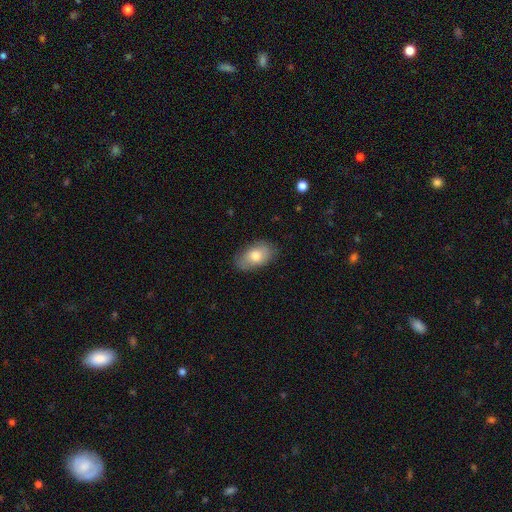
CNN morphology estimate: Smooth or featured? Predicted: smooth (p=0.74). How rounded? Predicted: in between (p=0.92). Merging? Predicted: none (p=0.79).